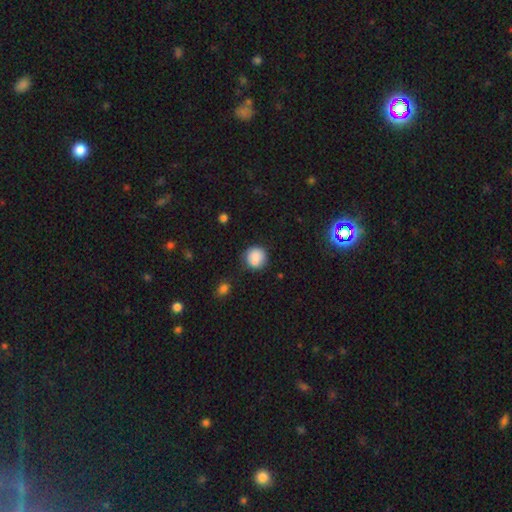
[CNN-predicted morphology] This is clearly a smooth galaxy (84%). How rounded: clearly round (89%). Merging: likely none (71%).